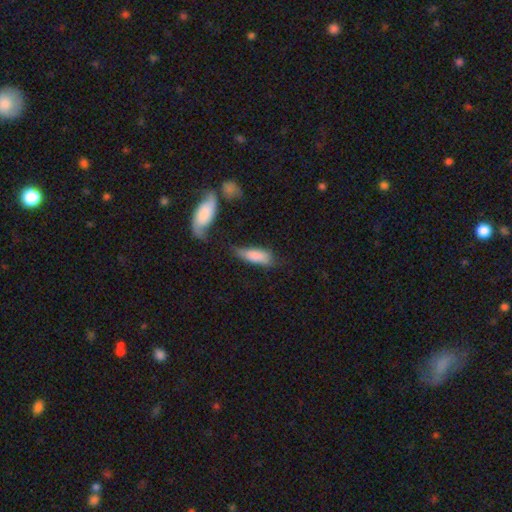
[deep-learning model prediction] Q: Smooth or featured?
A: smooth (80%); runner-up: featured or disk (14%)
Q: How rounded?
A: in between (58%); runner-up: cigar-shaped (40%)
Q: Merging?
A: none (45%); runner-up: minor disturbance (33%)